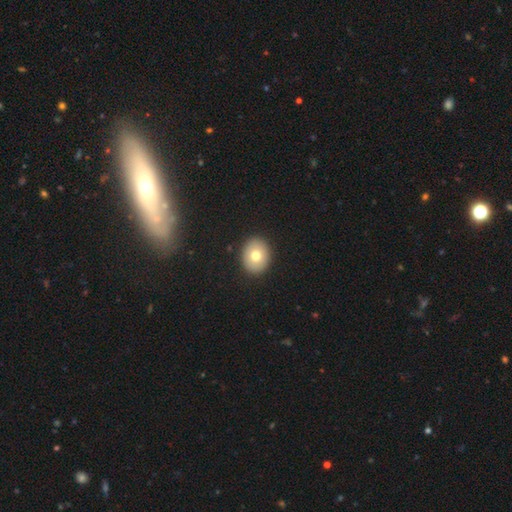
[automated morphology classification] smooth 74%, featured or disk 17%, star or artifact 9%. Down the decision tree: how rounded — round (57%); merging — none (91%).